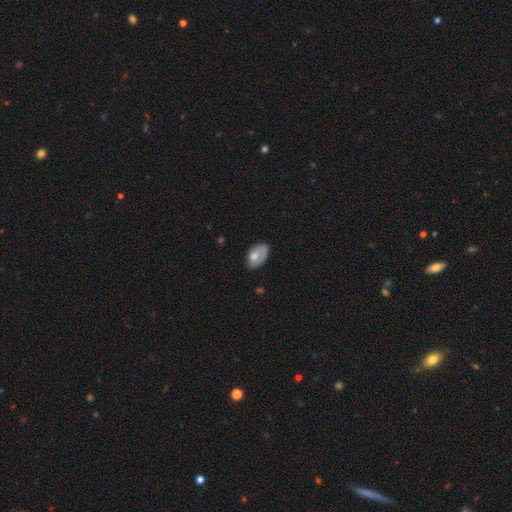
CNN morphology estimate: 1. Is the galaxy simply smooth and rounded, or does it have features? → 64% smooth, 30% featured or disk, 7% star or artifact.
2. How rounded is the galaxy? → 89% in between, 10% round, 1% cigar-shaped.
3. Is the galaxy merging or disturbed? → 53% none, 31% minor disturbance, 14% major disturbance, 2% merger.